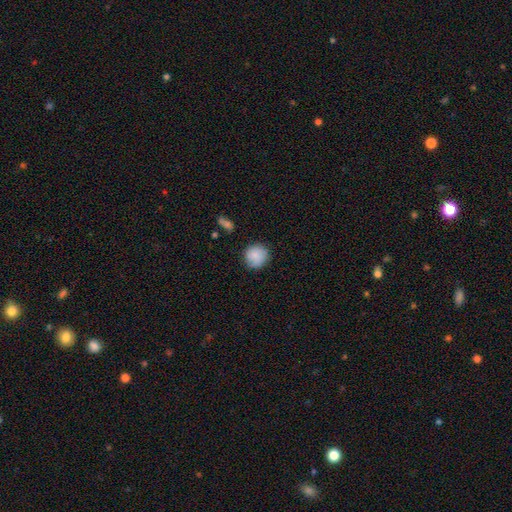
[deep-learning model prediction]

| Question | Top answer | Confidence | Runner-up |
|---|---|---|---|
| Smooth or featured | smooth | 84% | featured or disk (9%) |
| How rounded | round | 90% | in between (9%) |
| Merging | none | 79% | minor disturbance (16%) |